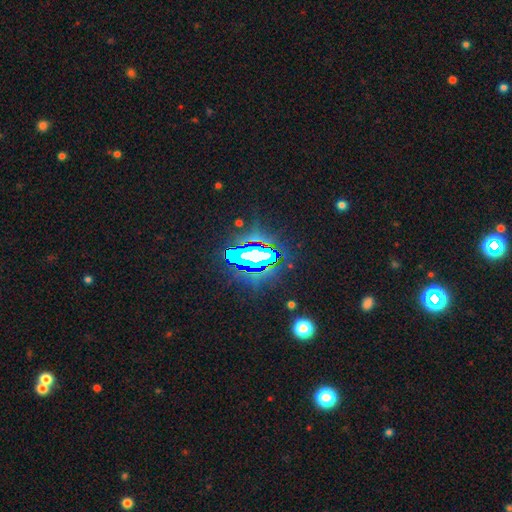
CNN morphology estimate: A star or artifact, not a galaxy (71%).

Vote fractions:
- Smooth or featured? star or artifact: 71% / smooth: 15% / featured or disk: 14%